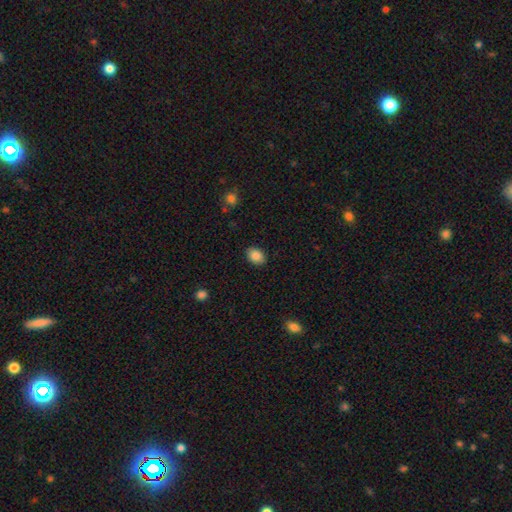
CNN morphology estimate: This appears to be a smooth galaxy with no disk features (86%) that is in between round and cigar-shaped (76%). Merging: none (88%).